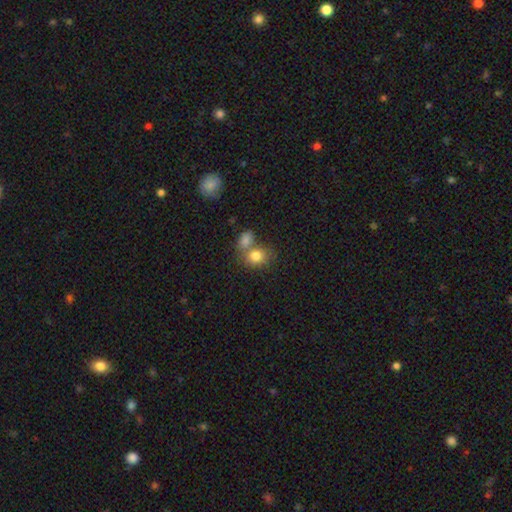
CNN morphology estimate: Smooth or featured: smooth — 81% (featured or disk — 10%)
How rounded: round — 52% (in between — 47%)
Merging: merger — 44% (none — 41%)